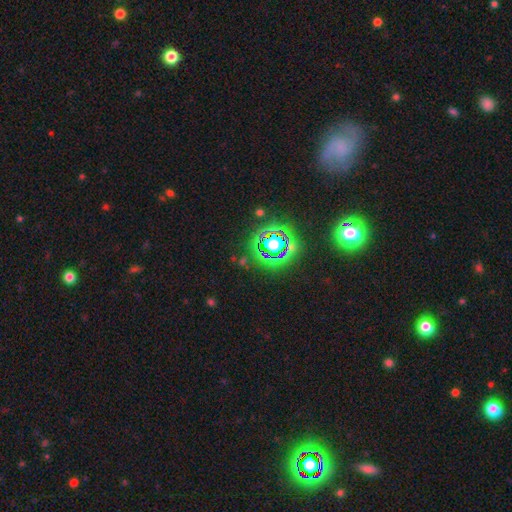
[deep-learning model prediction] Overall: star or artifact (75%).